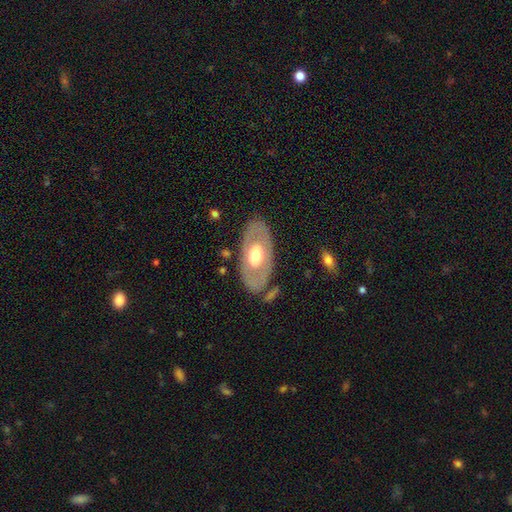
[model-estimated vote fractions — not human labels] This appears to be a featured or disk galaxy (52%). Merging: none (81%).